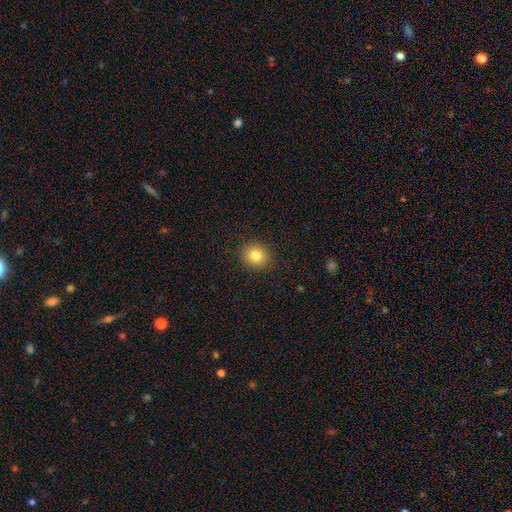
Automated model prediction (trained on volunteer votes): smooth_or_featured: smooth (p=0.82) [alt: star or artifact p=0.11]
how_rounded: round (p=0.82) [alt: in between p=0.17]
merging: none (p=0.90) [alt: minor disturbance p=0.07]